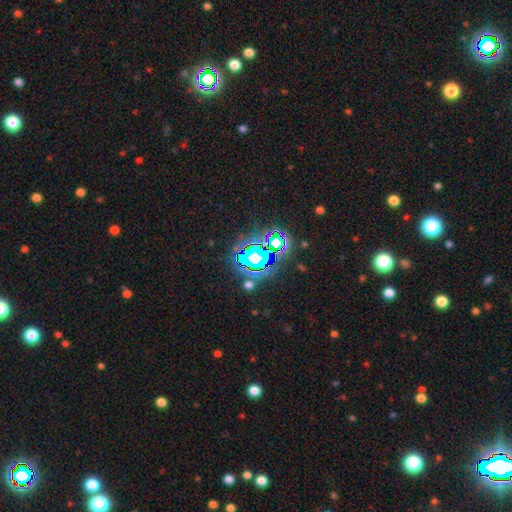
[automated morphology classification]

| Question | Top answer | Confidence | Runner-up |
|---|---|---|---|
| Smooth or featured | star or artifact | 74% | smooth (14%) |